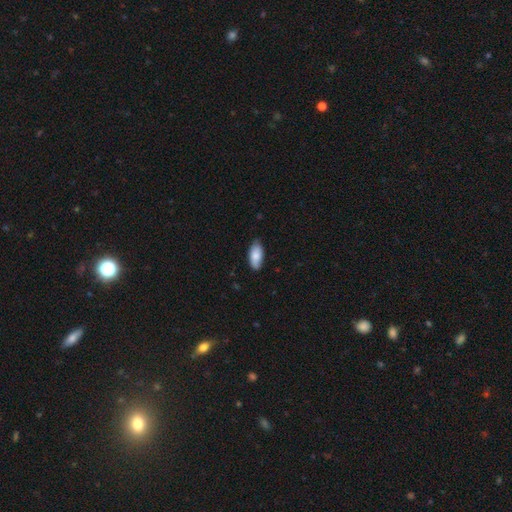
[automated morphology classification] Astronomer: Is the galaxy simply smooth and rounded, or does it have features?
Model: smooth — 82%.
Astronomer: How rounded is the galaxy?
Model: in between — 90%.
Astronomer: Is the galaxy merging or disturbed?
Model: none — 78%.